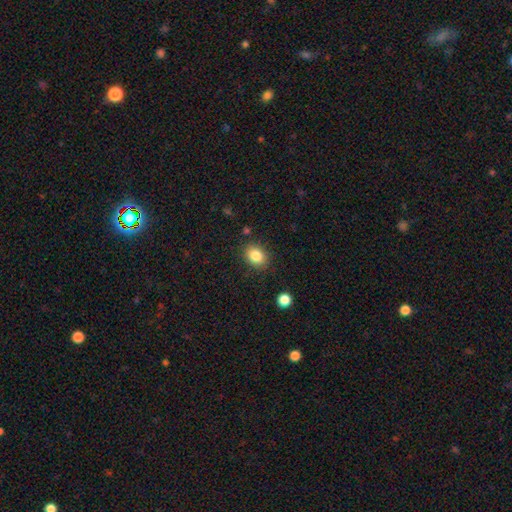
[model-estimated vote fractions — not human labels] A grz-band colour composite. It shows a smooth galaxy with no disk features (84%) that is in between round and cigar-shaped (55%). Merging: none (84%).